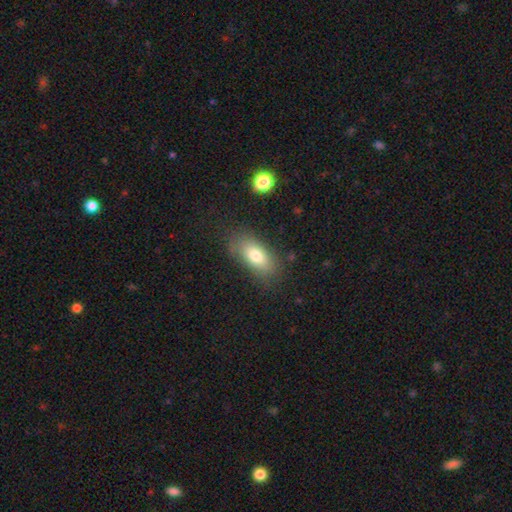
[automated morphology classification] Smooth or featured? Predicted: smooth (p=0.77). How rounded? Predicted: in between (p=0.86). Merging? Predicted: none (p=0.78).